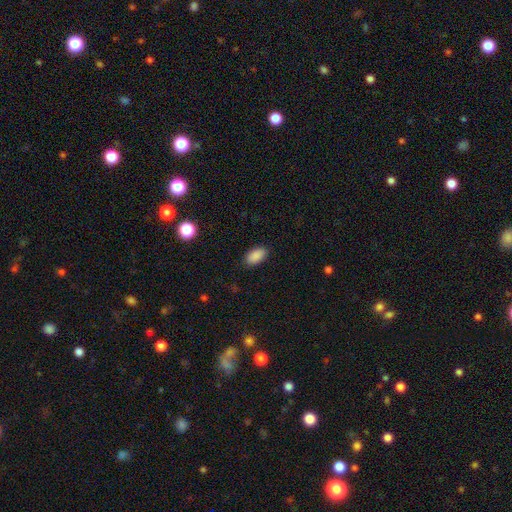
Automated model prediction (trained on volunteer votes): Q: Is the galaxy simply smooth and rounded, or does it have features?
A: smooth — 89%.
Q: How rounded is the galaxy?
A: in between — 93%.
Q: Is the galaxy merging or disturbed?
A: none — 88%.